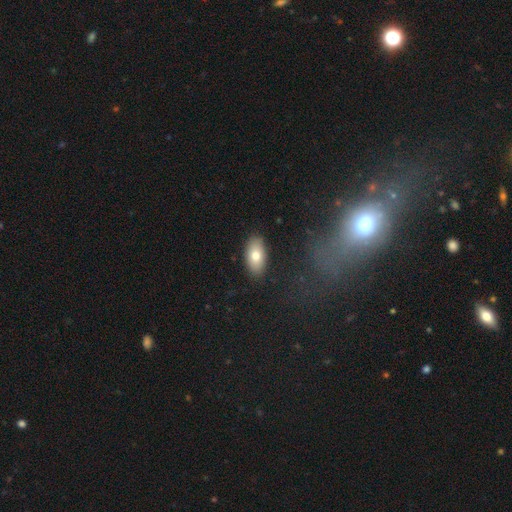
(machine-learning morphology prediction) Smooth or featured? smooth (76%)
How rounded? in between (93%)
Merging? none (87%)